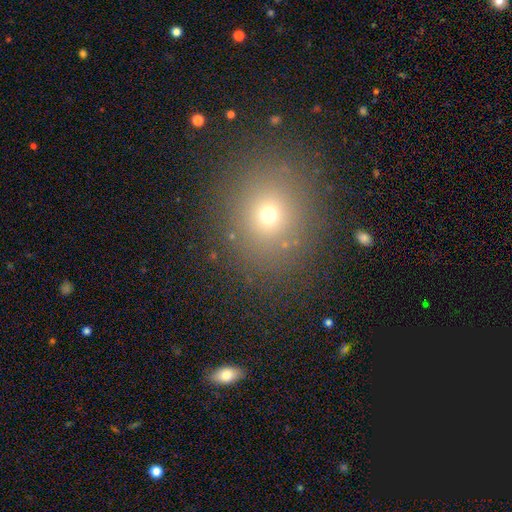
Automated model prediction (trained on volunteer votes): The model was most divided on "smooth or featured": smooth: 61%, star or artifact: 30%, featured or disk: 9%. More confident: merging — none (88%); how rounded — round (75%).